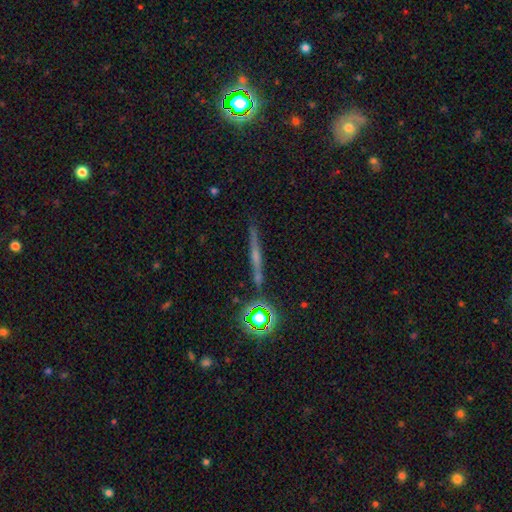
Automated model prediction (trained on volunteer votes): The model was most divided on "smooth or featured": featured or disk: 52%, smooth: 29%, star or artifact: 19%. More confident: edge-on disk — yes (95%); merging — none (86%).